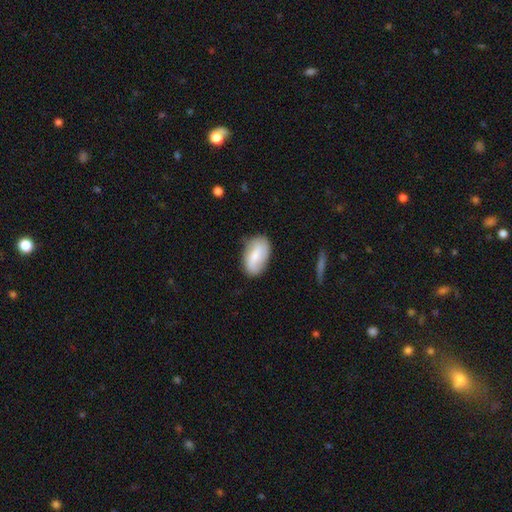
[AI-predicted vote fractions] smooth-or-featured: smooth: 68% | featured or disk: 25% | star or artifact: 6%
  how-rounded: in between: 92% | round: 5% | cigar-shaped: 3%
  merging: none: 73% | minor disturbance: 21% | major disturbance: 5% | merger: 2%